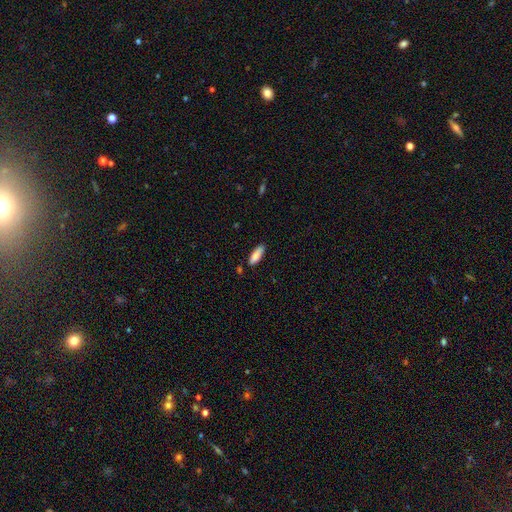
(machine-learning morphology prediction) A smooth galaxy with no disk features (86%) that is in between round and cigar-shaped (58%). Merging: none (80%).